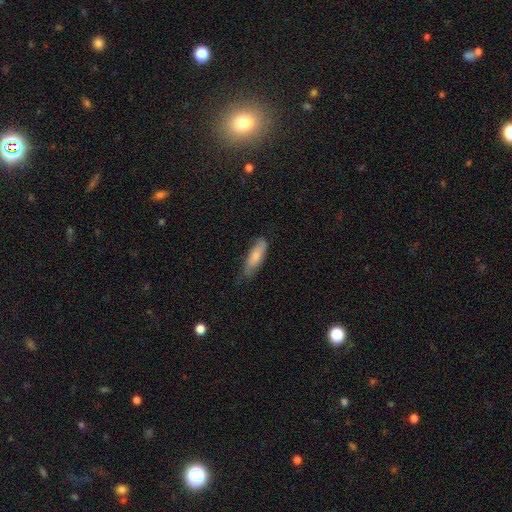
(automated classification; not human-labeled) Smooth or featured? smooth (77%)
How rounded? cigar-shaped (50%)
Merging? none (64%)